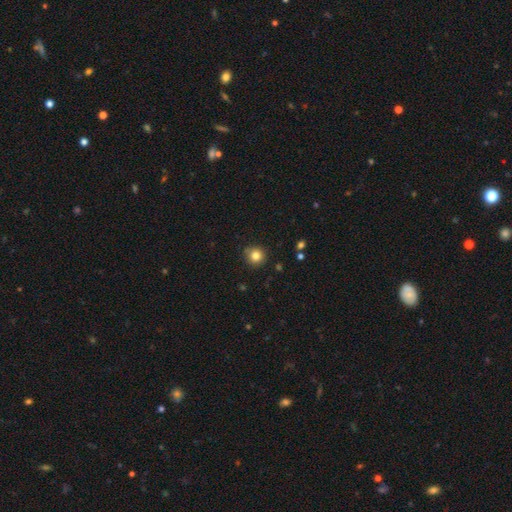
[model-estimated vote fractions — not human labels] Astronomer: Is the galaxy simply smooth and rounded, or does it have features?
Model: smooth — 82%.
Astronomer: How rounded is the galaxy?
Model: round — 93%.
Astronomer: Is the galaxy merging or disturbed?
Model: none — 86%.